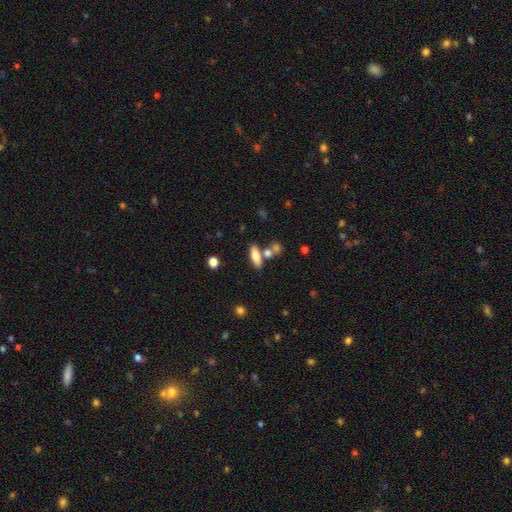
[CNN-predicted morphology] smooth_or_featured: smooth (p=0.74) [alt: featured or disk p=0.19]
how_rounded: in between (p=0.61) [alt: cigar-shaped p=0.36]
merging: none (p=0.63) [alt: merger p=0.21]